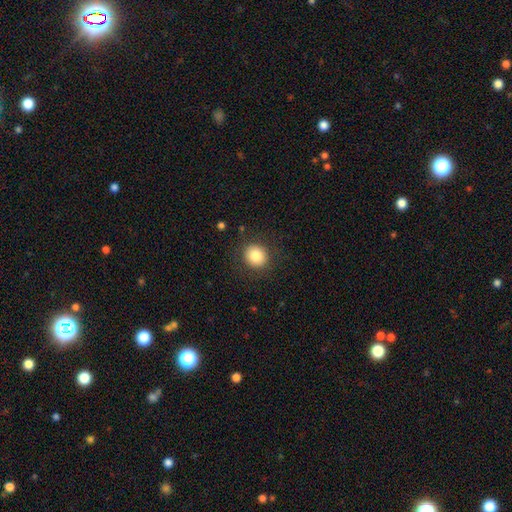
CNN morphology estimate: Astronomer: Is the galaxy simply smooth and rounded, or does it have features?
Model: smooth — 82%.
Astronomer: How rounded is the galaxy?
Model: round — 87%.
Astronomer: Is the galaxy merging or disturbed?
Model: none — 87%.